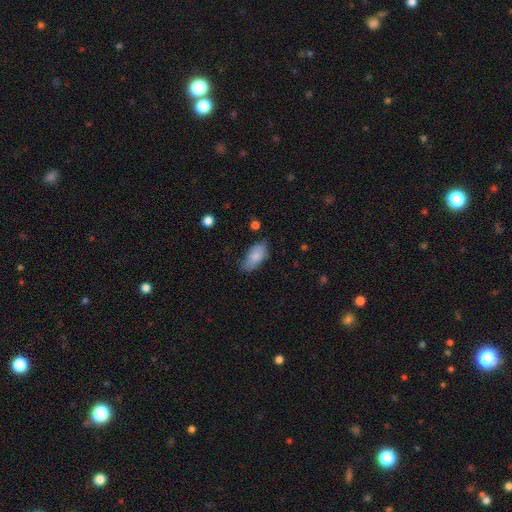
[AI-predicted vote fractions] Morphology: type=smooth (80%); roundness=in between (90%); merging=none (64%).